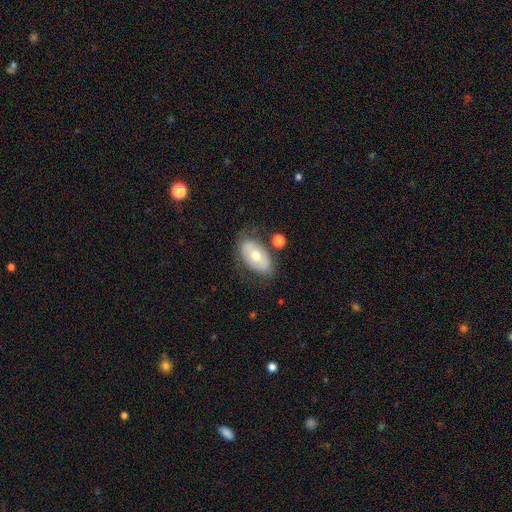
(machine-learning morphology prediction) This appears to be a smooth galaxy with no disk features (51%) that is in between round and cigar-shaped (91%). Merging: none (68%).